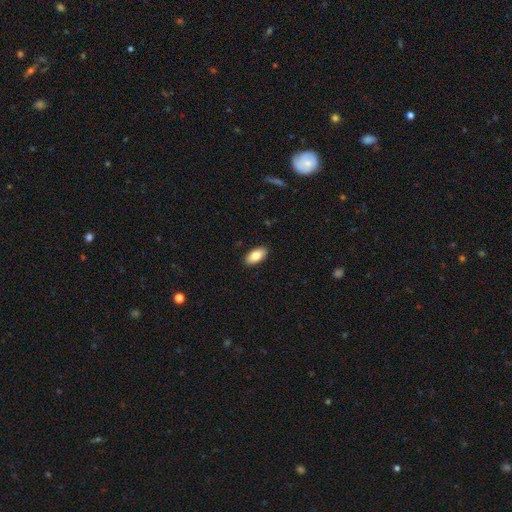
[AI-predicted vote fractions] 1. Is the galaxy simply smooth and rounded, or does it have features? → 84% smooth, 9% featured or disk, 7% star or artifact.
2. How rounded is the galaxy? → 93% in between, 4% cigar-shaped, 3% round.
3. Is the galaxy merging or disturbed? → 90% none, 8% minor disturbance, 2% major disturbance, 1% merger.